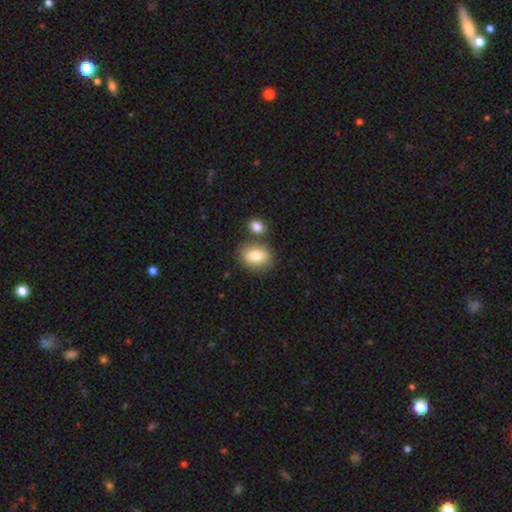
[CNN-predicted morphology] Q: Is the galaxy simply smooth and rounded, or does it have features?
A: smooth — 77%.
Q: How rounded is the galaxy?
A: in between — 57%.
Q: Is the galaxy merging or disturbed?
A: none — 69%.